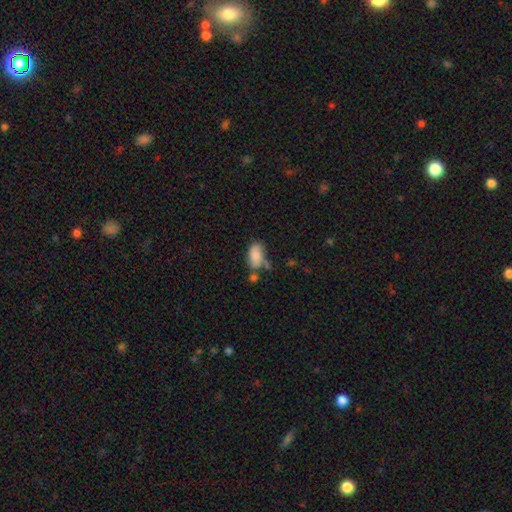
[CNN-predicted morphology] A smooth galaxy with no disk features (83%) that is in between round and cigar-shaped (93%). Merging: none (48%).